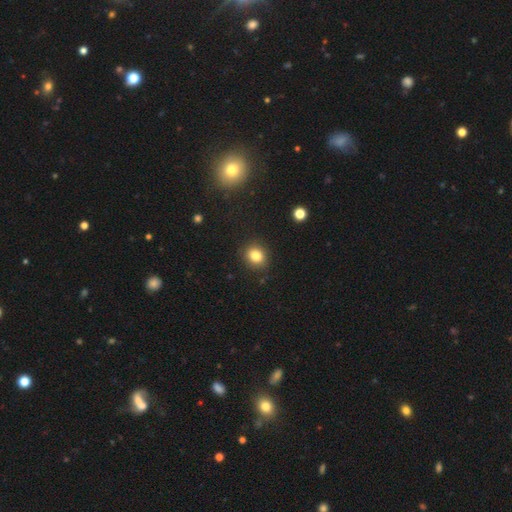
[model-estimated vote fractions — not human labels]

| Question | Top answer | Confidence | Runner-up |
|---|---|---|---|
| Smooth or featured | smooth | 83% | star or artifact (11%) |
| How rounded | round | 65% | in between (34%) |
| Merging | none | 87% | minor disturbance (9%) |